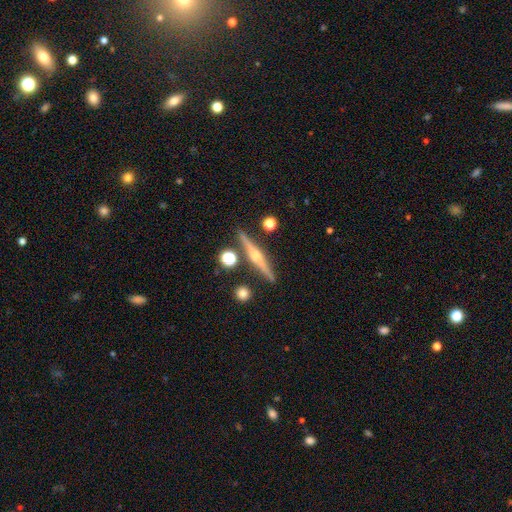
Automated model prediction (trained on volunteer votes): Morphology: type=featured or disk (78%); edge-on=yes (98%); edge-on bulge=rounded (92%); merging=none (88%).